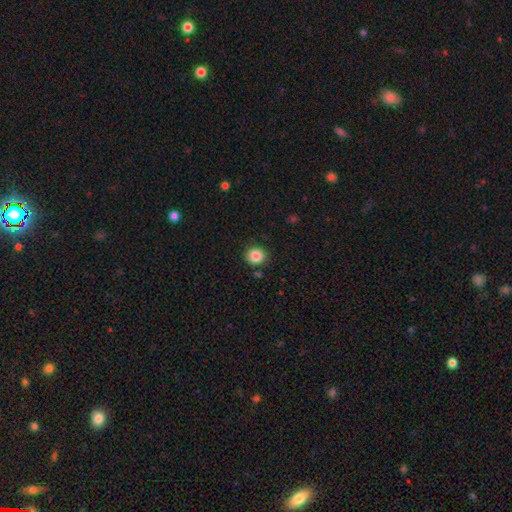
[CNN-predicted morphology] A smooth galaxy with no disk features (86%) that is round (85%).

Vote fractions:
- Smooth or featured? smooth: 86% / star or artifact: 10% / featured or disk: 4%
- How rounded? round: 85% / in between: 14% / cigar-shaped: 1%
- Merging? none: 87% / minor disturbance: 8% / merger: 3% / major disturbance: 2%